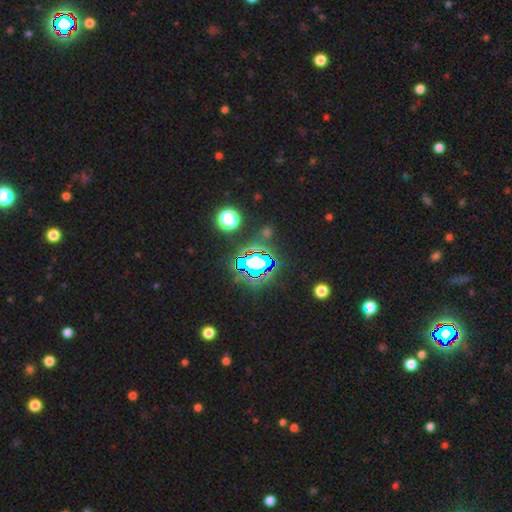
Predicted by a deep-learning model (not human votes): Overall: star or artifact (82%).